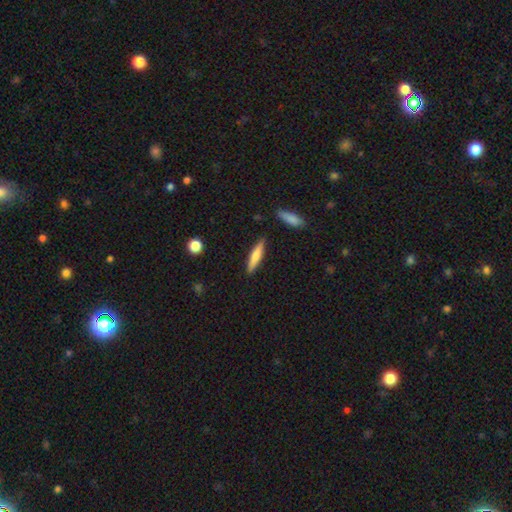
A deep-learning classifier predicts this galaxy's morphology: Smooth or featured: smooth — 65% (featured or disk — 29%)
How rounded: cigar-shaped — 86% (in between — 13%)
Merging: none — 88% (minor disturbance — 8%)